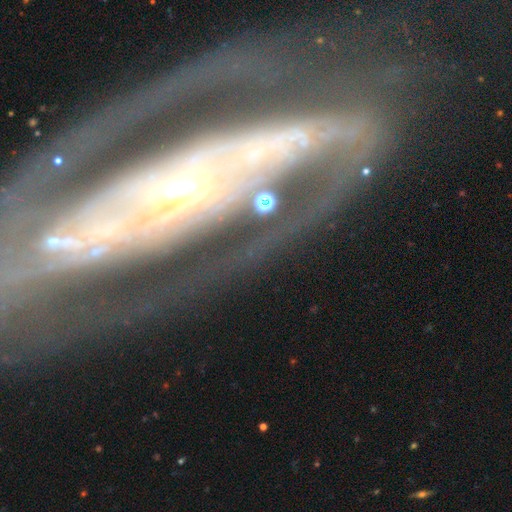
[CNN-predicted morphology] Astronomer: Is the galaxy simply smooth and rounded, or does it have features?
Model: featured or disk — 86%.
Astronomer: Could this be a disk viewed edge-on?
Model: no — 89%.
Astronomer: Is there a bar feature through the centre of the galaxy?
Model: strong — 50% (runner-up: weak, 26%).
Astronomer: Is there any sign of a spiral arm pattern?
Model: yes — 84%.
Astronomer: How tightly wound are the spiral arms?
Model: tight — 44% (runner-up: medium, 38%).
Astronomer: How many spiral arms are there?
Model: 2 — 64%.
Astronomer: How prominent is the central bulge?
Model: small — 47% (runner-up: moderate, 43%).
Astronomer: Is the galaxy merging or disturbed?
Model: none — 61%.